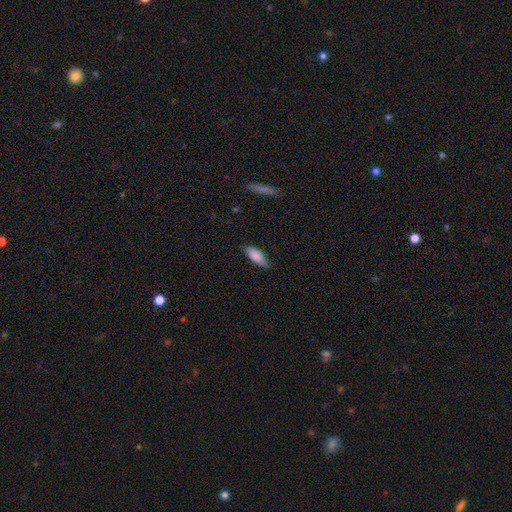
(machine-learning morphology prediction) Smooth or featured: smooth — 85% (featured or disk — 9%)
How rounded: in between — 78% (cigar-shaped — 20%)
Merging: none — 77% (minor disturbance — 19%)